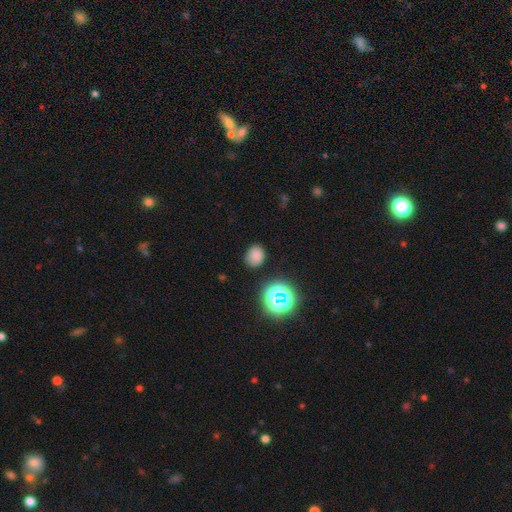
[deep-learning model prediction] smooth-or-featured: smooth: 77% | star or artifact: 18% | featured or disk: 5%
  how-rounded: round: 54% | in between: 45% | cigar-shaped: 1%
  merging: none: 80% | minor disturbance: 14% | major disturbance: 4% | merger: 2%